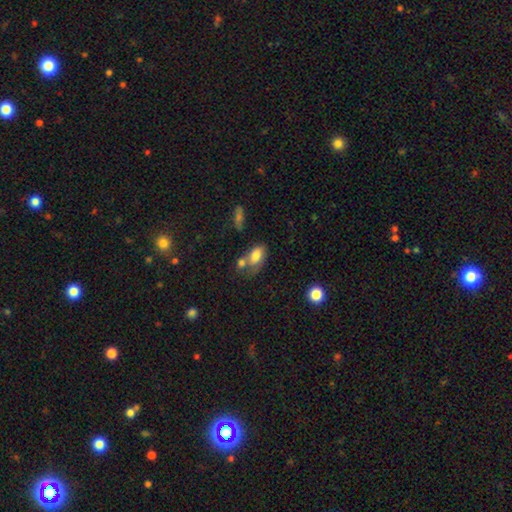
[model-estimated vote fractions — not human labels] Smooth or featured?
  - smooth: 73% *
  - featured or disk: 18%
  - star or artifact: 8%
How rounded?
  - in between: 89% *
  - round: 7%
  - cigar-shaped: 3%
Merging?
  - merger: 37% *
  - none: 33%
  - minor disturbance: 19%
  - major disturbance: 11%